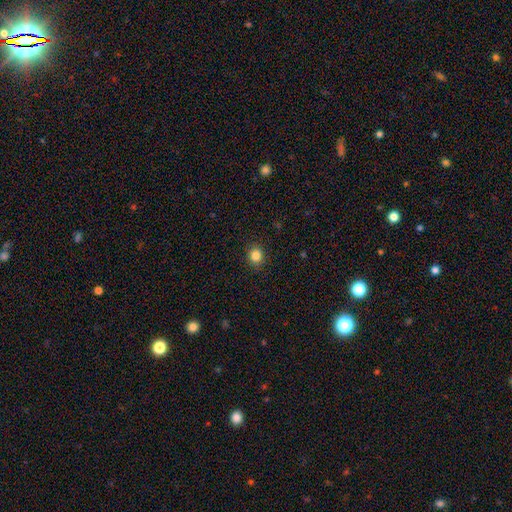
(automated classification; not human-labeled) This appears to be a smooth galaxy with no disk features (85%) that is round (75%). Merging: none (90%).